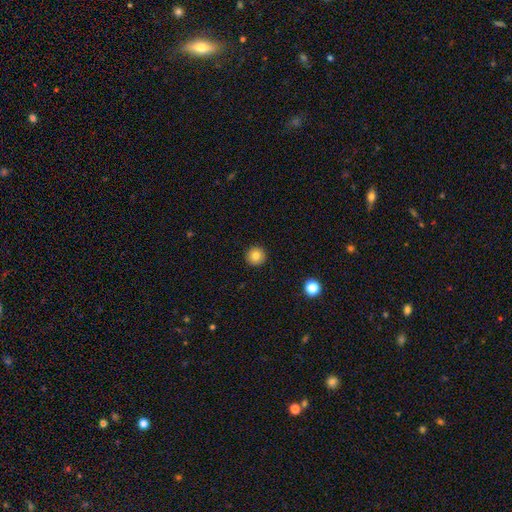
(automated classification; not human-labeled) This is clearly a smooth galaxy (82%). How rounded: clearly round (95%). Merging: clearly none (92%).